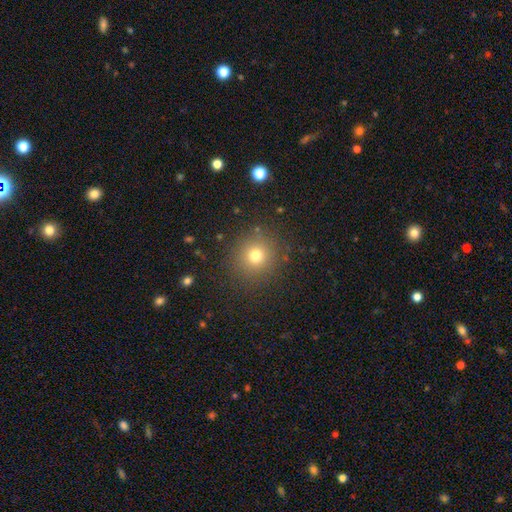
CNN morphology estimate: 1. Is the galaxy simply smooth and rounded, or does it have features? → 74% smooth, 17% star or artifact, 9% featured or disk.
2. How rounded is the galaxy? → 90% round, 9% in between, 1% cigar-shaped.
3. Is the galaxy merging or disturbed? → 87% none, 8% minor disturbance, 4% major disturbance, 1% merger.